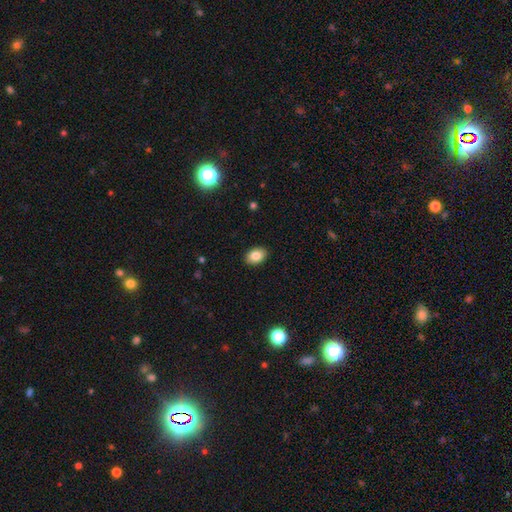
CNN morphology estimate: smooth 85%, star or artifact 8%, featured or disk 7%. Down the decision tree: how rounded — in between (84%); merging — none (90%).